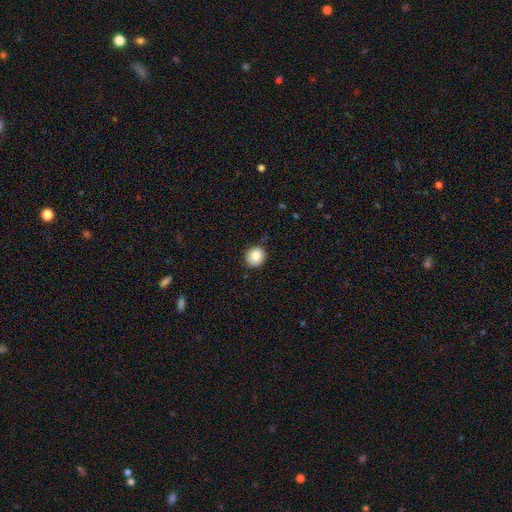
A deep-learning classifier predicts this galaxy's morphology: This appears to be a smooth galaxy with no disk features (81%) that is round (86%). Merging: none (88%).